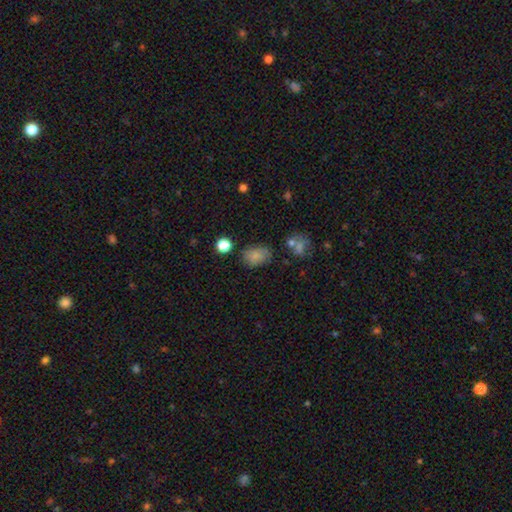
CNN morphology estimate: smooth-or-featured: smooth: 78% | star or artifact: 13% | featured or disk: 10%
  how-rounded: in between: 65% | round: 34% | cigar-shaped: 1%
  merging: none: 66% | minor disturbance: 21% | major disturbance: 7% | merger: 6%